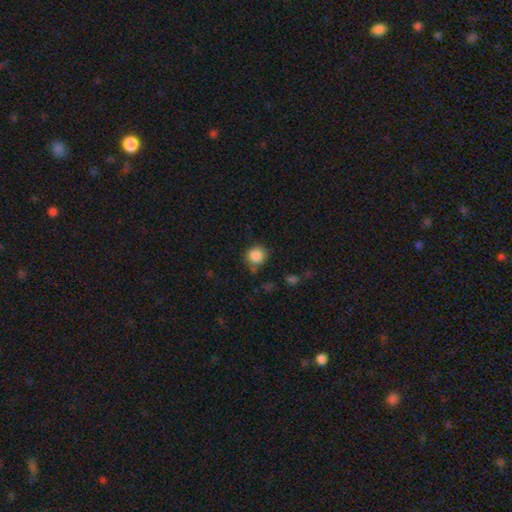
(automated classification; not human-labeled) Smooth or featured?
  - smooth: 86% *
  - star or artifact: 9%
  - featured or disk: 4%
How rounded?
  - round: 89% *
  - in between: 10%
  - cigar-shaped: 1%
Merging?
  - none: 71% *
  - minor disturbance: 20%
  - major disturbance: 5%
  - merger: 4%